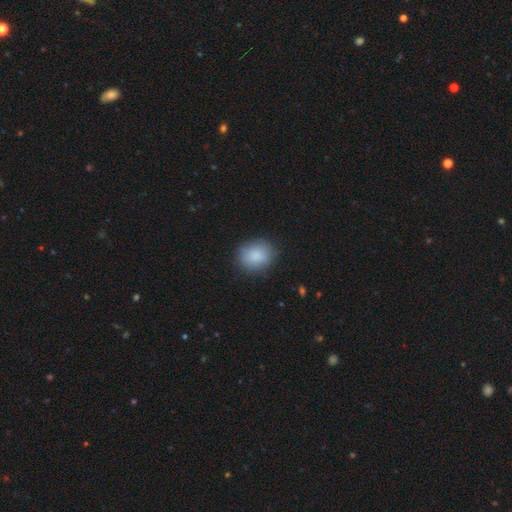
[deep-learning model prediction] This is clearly a smooth galaxy (87%). How rounded: likely round (61%). Merging: clearly none (83%).